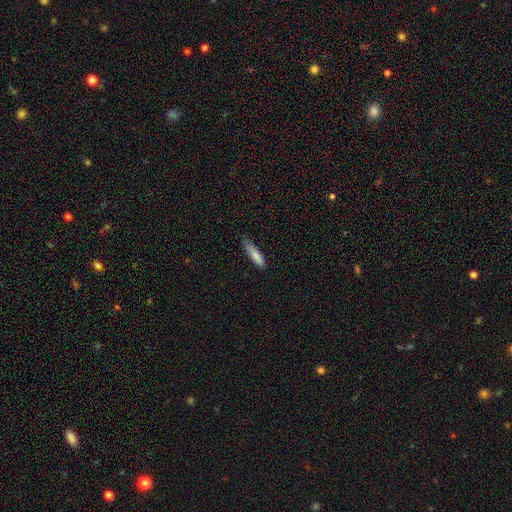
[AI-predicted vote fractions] smooth 84%, featured or disk 10%, star or artifact 6%. Down the decision tree: how rounded — cigar-shaped (82%); merging — none (71%).